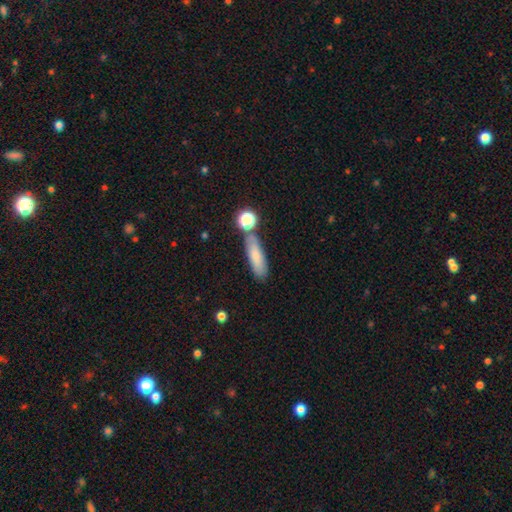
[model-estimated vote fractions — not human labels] smooth-or-featured: smooth: 76% | featured or disk: 15% | star or artifact: 9%
  how-rounded: cigar-shaped: 55% | in between: 41% | round: 4%
  merging: none: 71% | minor disturbance: 14% | merger: 11% | major disturbance: 4%